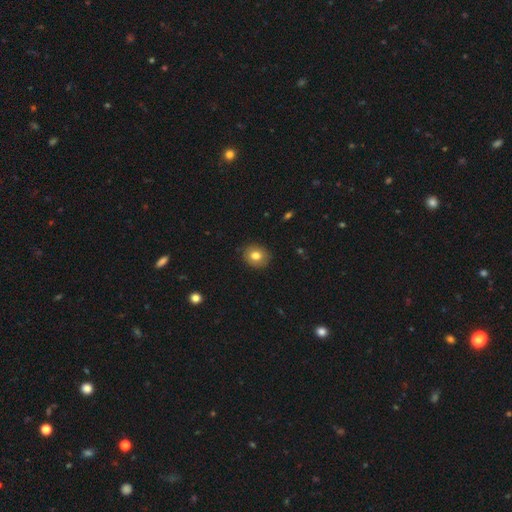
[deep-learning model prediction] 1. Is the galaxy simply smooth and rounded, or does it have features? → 78% smooth, 12% featured or disk, 10% star or artifact.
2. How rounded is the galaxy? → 73% round, 26% in between, 1% cigar-shaped.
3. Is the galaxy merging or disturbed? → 87% none, 10% minor disturbance, 2% major disturbance, 1% merger.